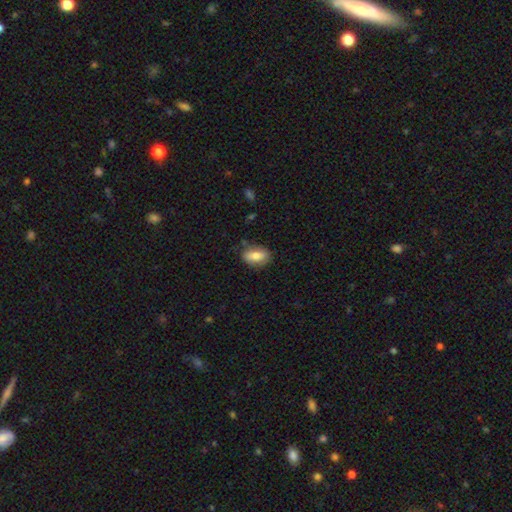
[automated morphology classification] Smooth or featured?
  - smooth: 78% *
  - featured or disk: 15%
  - star or artifact: 7%
How rounded?
  - in between: 88% *
  - round: 6%
  - cigar-shaped: 6%
Merging?
  - none: 76% *
  - minor disturbance: 18%
  - major disturbance: 4%
  - merger: 2%